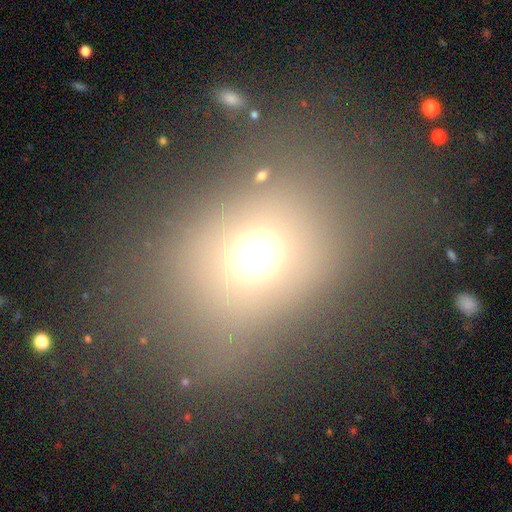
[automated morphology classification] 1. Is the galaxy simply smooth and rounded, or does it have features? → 64% smooth, 22% star or artifact, 14% featured or disk.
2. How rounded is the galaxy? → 49% round (tied), 49% in between (tied), 2% cigar-shaped.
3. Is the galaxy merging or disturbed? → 69% none, 15% minor disturbance, 13% major disturbance, 4% merger.